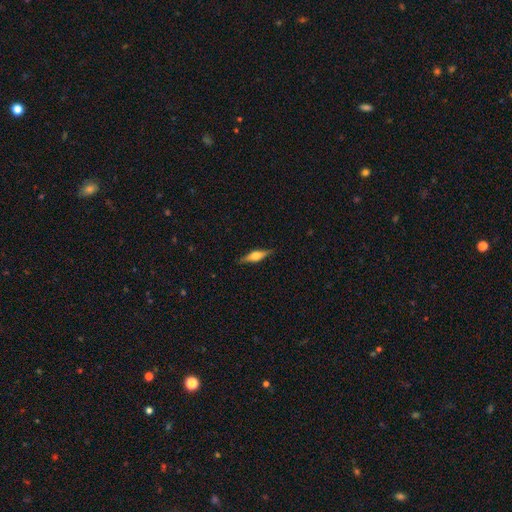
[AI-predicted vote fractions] Smooth or featured? featured or disk (62%)
Edge-on disk? yes (96%)
Edge-on bulge? rounded (88%)
Merging? none (88%)